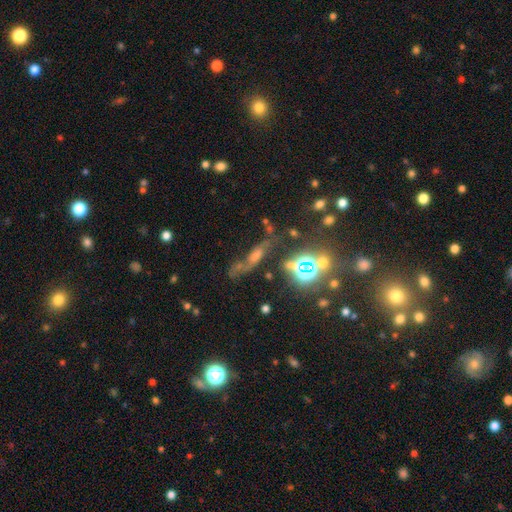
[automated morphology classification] Overall: star or artifact (38%; featured or disk 34%).